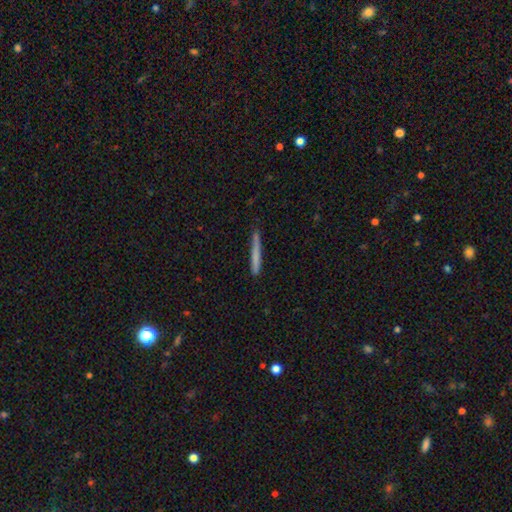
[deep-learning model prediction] This is likely a smooth galaxy (72%). How rounded: clearly cigar-shaped (97%). Merging: clearly none (85%).